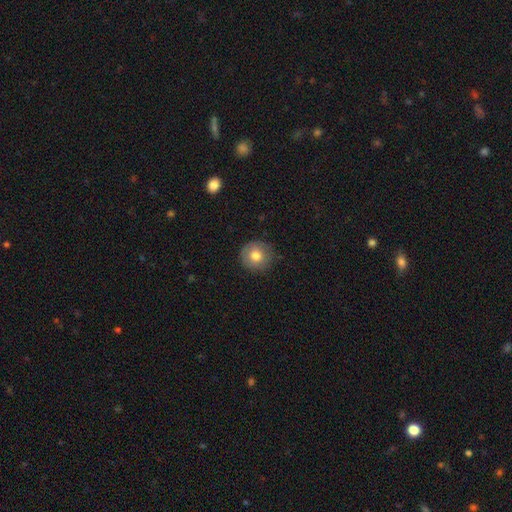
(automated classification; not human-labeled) Morphology: type=smooth (77%); roundness=round (94%); merging=none (85%).